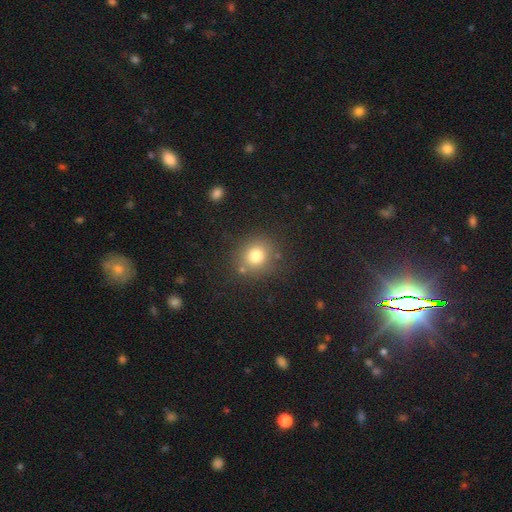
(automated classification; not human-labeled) Smooth or featured: smooth — 77% (star or artifact — 14%)
How rounded: round — 81% (in between — 18%)
Merging: none — 81% (minor disturbance — 10%)